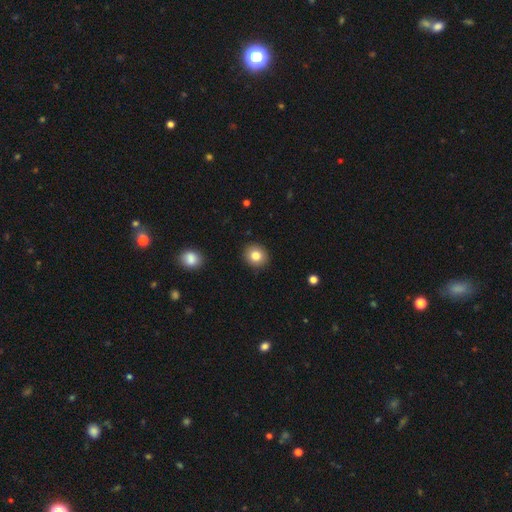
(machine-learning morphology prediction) Smooth or featured? Predicted: smooth (p=0.82). How rounded? Predicted: round (p=0.83). Merging? Predicted: none (p=0.91).